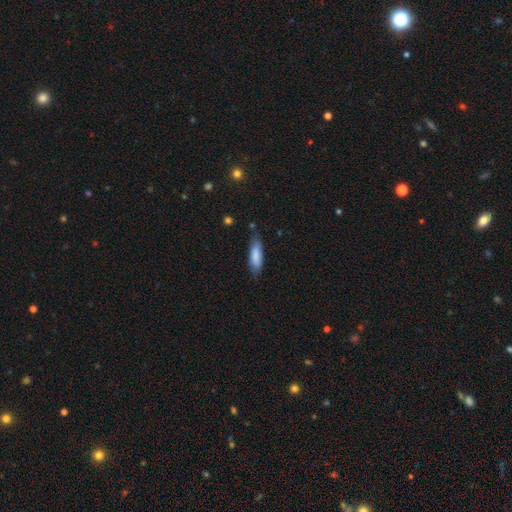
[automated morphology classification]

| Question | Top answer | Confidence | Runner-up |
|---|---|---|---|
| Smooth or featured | smooth | 83% | featured or disk (11%) |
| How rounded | cigar-shaped | 54% | in between (44%) |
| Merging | none | 75% | minor disturbance (19%) |